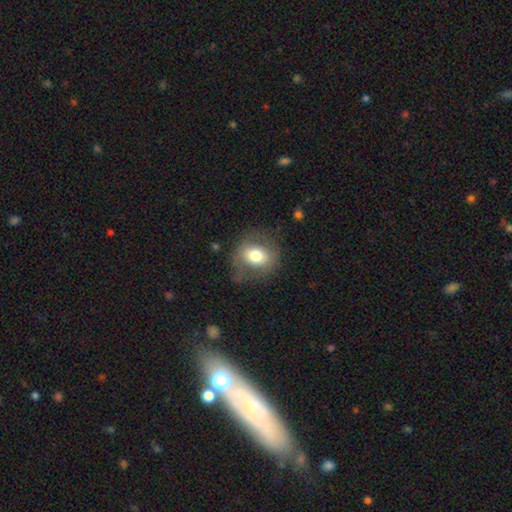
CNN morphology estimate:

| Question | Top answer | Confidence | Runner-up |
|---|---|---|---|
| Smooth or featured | smooth | 68% | featured or disk (24%) |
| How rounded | round | 64% | in between (35%) |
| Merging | none | 70% | minor disturbance (19%) |